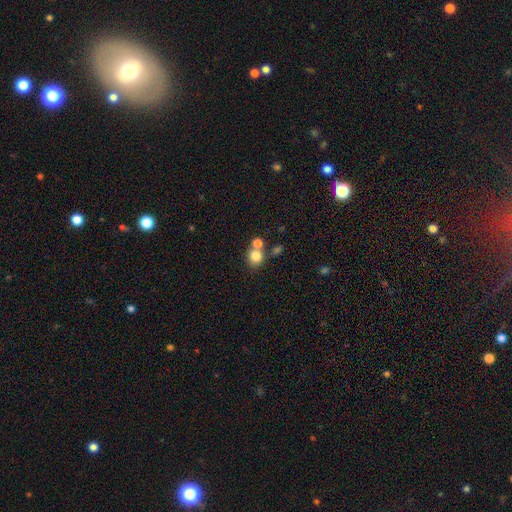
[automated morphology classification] smooth-or-featured: smooth: 80% | star or artifact: 12% | featured or disk: 8%
  how-rounded: round: 81% | in between: 18% | cigar-shaped: 1%
  merging: none: 57% | merger: 31% | minor disturbance: 9% | major disturbance: 4%